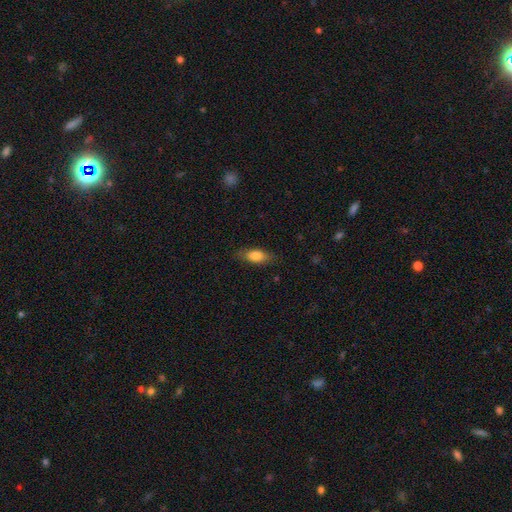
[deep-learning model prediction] Smooth or featured? Predicted: smooth (p=0.78). How rounded? Predicted: in between (p=0.77). Merging? Predicted: none (p=0.79).